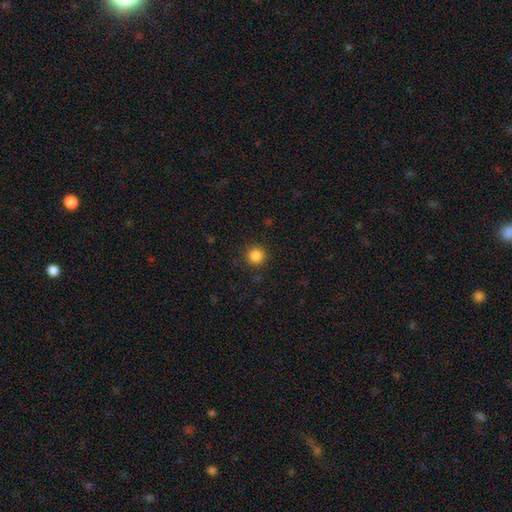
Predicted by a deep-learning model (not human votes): The model was most divided on "smooth or featured": smooth: 86%, star or artifact: 11%, featured or disk: 3%. More confident: how rounded — round (95%); merging — none (91%).